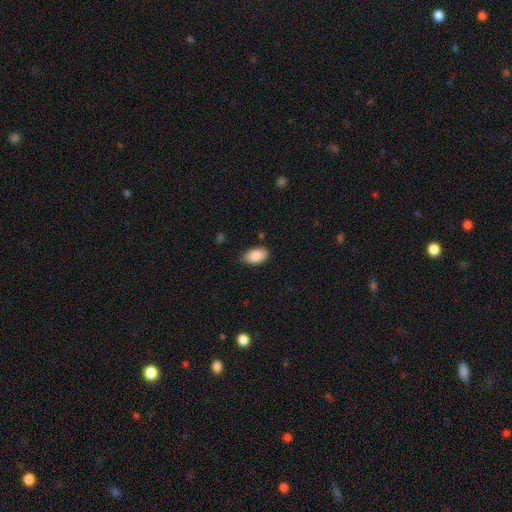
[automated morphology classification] Smooth or featured? smooth (88%)
How rounded? in between (92%)
Merging? none (74%)